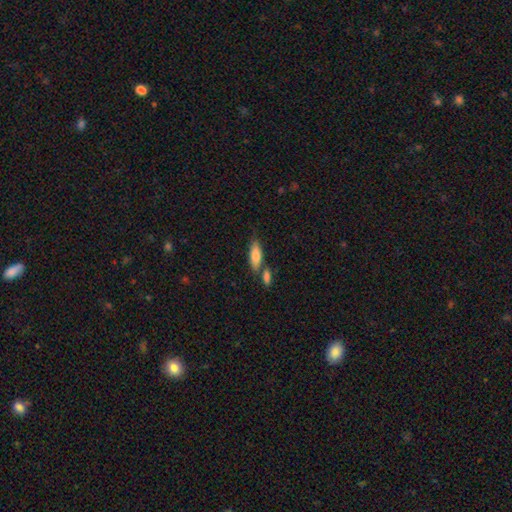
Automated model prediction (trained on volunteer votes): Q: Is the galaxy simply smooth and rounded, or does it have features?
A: smooth — 75%.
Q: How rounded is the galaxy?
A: in between — 62%.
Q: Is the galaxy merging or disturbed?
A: none — 60%.